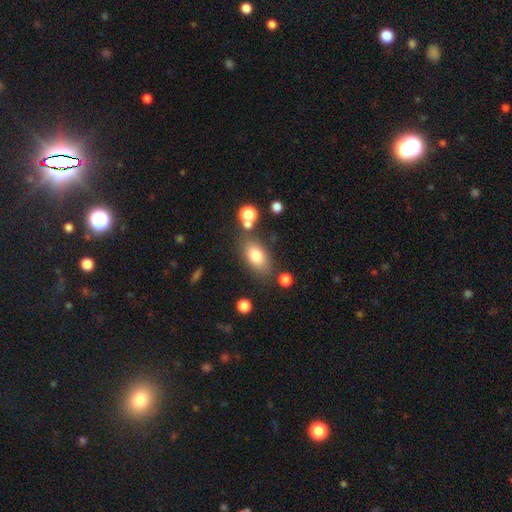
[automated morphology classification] Smooth or featured? smooth (78%)
How rounded? in between (85%)
Merging? none (74%)